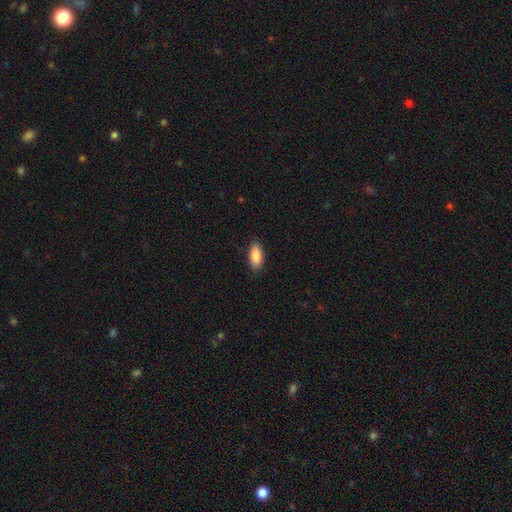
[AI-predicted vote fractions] The model was most divided on "merging": none: 87%, minor disturbance: 10%, major disturbance: 2%, merger: 1%. More confident: how rounded — in between (89%); smooth or featured — smooth (87%).